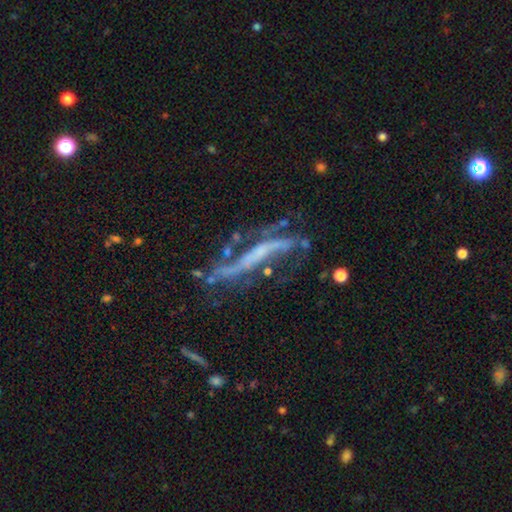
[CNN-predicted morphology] This appears to be a featured or disk galaxy (74%) viewed edge-on (52%). Merging: none (48%).